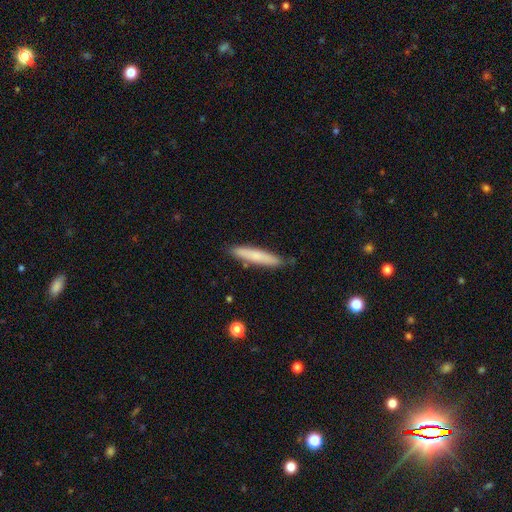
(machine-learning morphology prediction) Smooth or featured: smooth — 71% (featured or disk — 23%)
How rounded: cigar-shaped — 91% (in between — 8%)
Merging: none — 82% (minor disturbance — 13%)